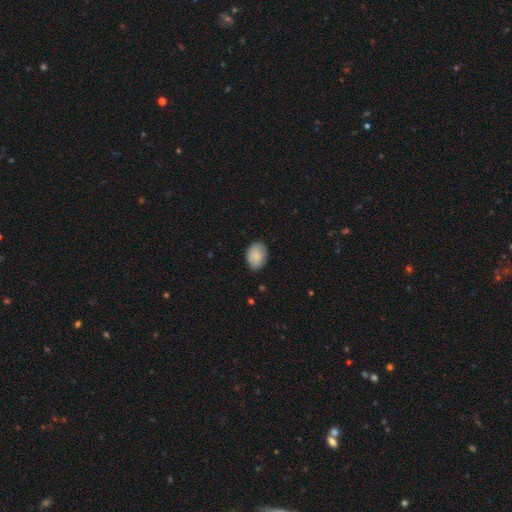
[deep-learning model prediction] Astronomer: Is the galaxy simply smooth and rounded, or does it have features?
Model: smooth — 85%.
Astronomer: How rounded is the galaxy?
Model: in between — 77%.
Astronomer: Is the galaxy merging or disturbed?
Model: none — 81%.